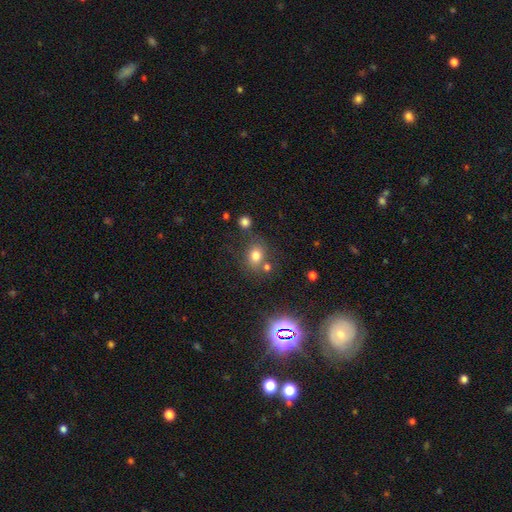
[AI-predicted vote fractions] This is likely a smooth galaxy (73%). How rounded: possibly round (58%). Merging: likely none (66%).